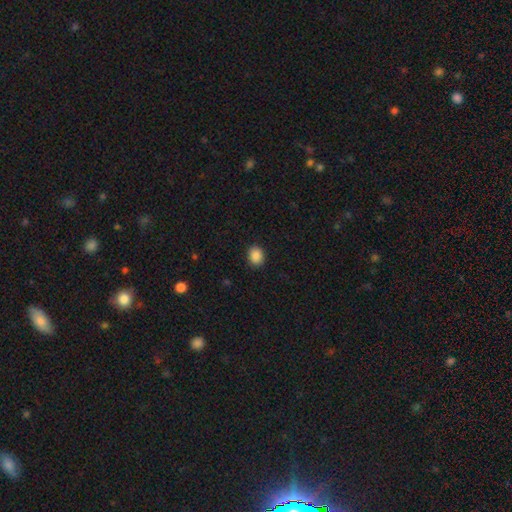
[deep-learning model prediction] Morphology: type=smooth (88%); roundness=round (52%); merging=none (90%).